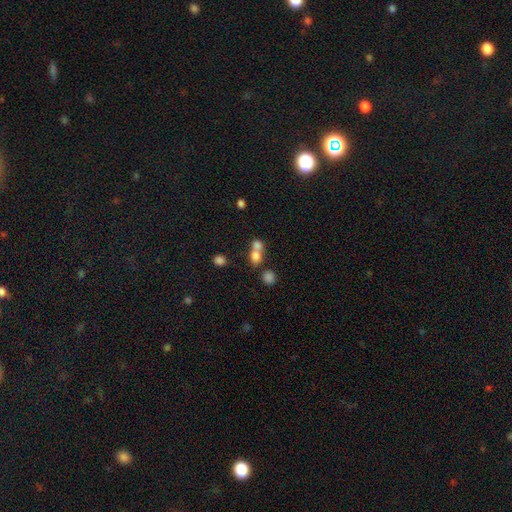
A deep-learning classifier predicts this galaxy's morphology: Smooth or featured? smooth (76%)
How rounded? round (61%)
Merging? merger (61%)